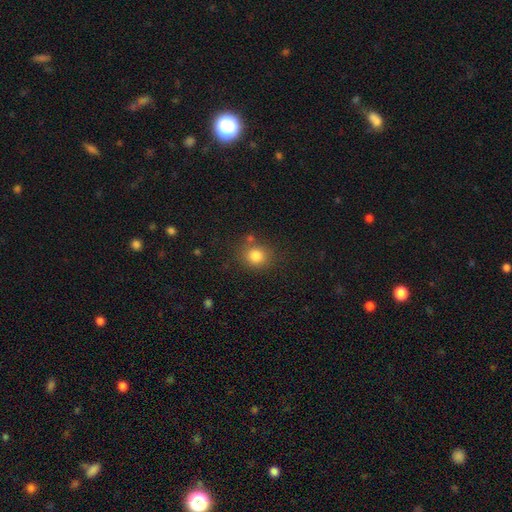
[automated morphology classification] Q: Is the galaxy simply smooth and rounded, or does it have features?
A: smooth — 82%.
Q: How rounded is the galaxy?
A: round — 80%.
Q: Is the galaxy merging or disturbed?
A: none — 77%.